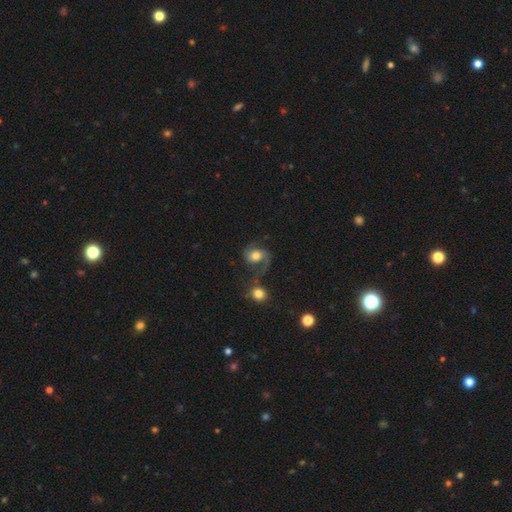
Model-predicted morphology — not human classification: The model was most divided on "spiral winding": medium: 49%, loose: 38%, tight: 13%. More confident: edge-on disk — no (98%); spiral arms — yes (94%); spiral arm count — 2 (86%); smooth or featured — featured or disk (77%); bar — no (60%); bulge size — moderate (55%); merging — none (52%).